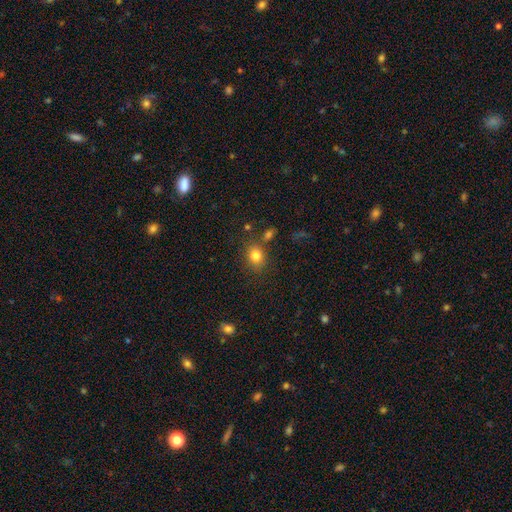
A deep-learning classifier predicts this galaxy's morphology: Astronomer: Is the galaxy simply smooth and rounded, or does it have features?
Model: smooth — 81%.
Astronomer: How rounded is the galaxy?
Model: round — 60% (runner-up: in between, 39%).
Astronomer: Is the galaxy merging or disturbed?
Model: none — 76%.